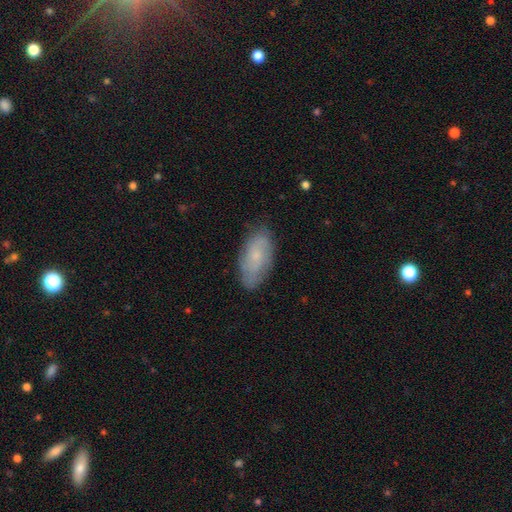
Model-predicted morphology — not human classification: type=smooth (50%); roundness=in between (90%); merging=none (80%).